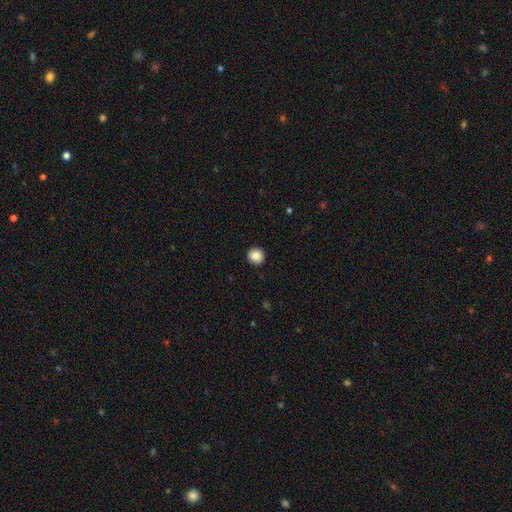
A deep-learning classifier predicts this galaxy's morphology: Smooth or featured? smooth (87%)
How rounded? round (93%)
Merging? none (91%)